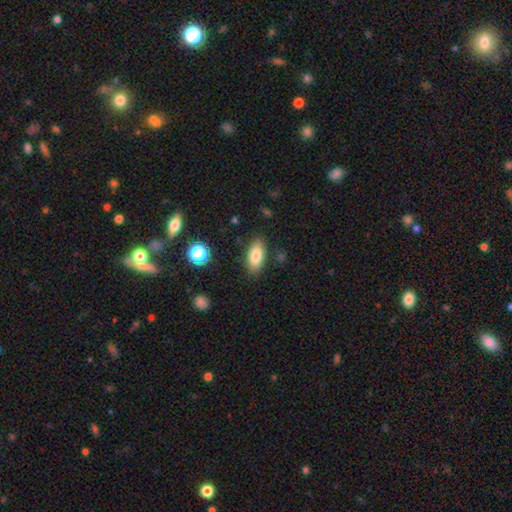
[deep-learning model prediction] This appears to be a smooth galaxy with no disk features (82%) that is in between round and cigar-shaped (86%). Merging: none (85%).